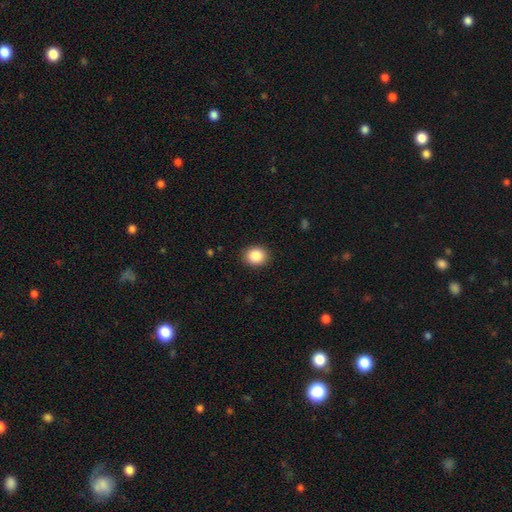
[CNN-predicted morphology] Overall: smooth (88%). How rounded: round (69%; in between 30%). Merging: none (90%).